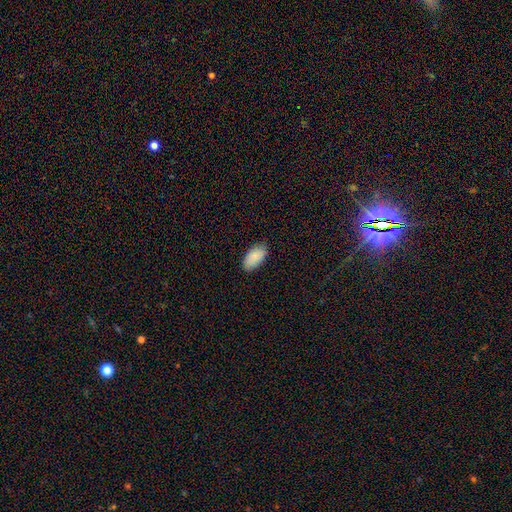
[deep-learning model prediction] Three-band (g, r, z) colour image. It shows a smooth galaxy with no disk features (88%) that is in between round and cigar-shaped (95%). Merging: none (83%).